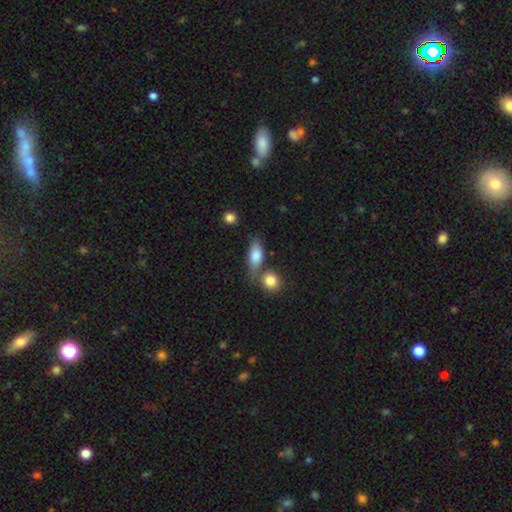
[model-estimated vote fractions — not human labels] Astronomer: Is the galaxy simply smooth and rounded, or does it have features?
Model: smooth — 79%.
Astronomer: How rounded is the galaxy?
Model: in between — 79%.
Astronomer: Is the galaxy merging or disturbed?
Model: none — 49% (runner-up: merger, 29%).